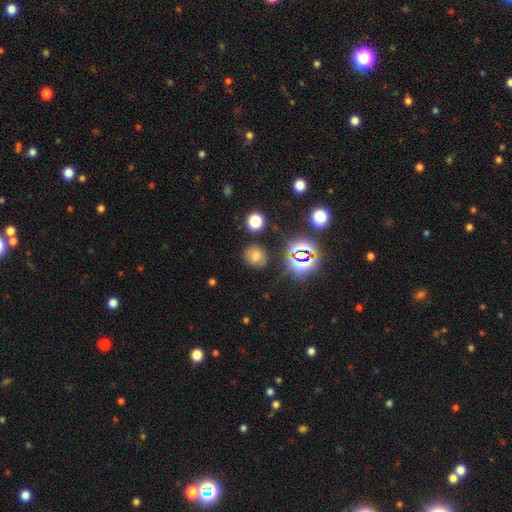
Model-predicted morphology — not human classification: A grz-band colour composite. It shows a smooth galaxy with no disk features (52%) that is round (73%). Merging: none (82%).